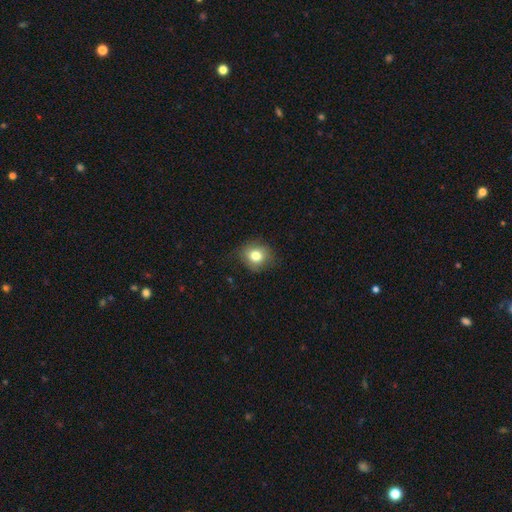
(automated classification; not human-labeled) smooth_or_featured: smooth (p=0.80) [alt: star or artifact p=0.11]
how_rounded: round (p=0.77) [alt: in between p=0.22]
merging: none (p=0.80) [alt: minor disturbance p=0.15]